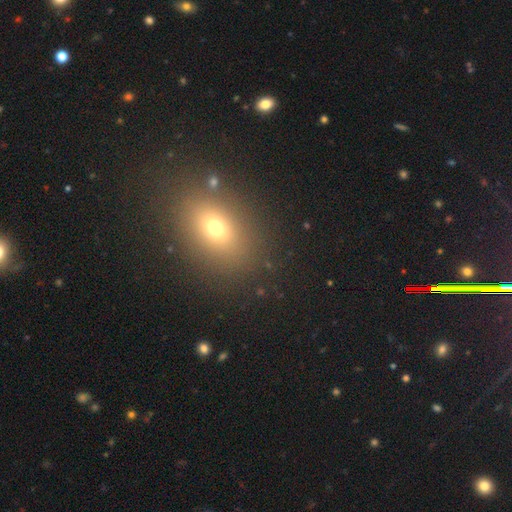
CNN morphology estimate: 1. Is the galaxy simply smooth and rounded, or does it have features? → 62% smooth, 26% star or artifact, 12% featured or disk.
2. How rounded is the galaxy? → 67% in between, 30% round, 3% cigar-shaped.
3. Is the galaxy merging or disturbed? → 86% none, 8% minor disturbance, 4% major disturbance, 2% merger.